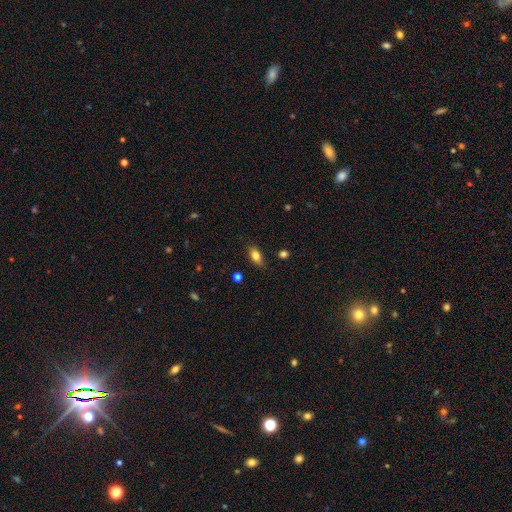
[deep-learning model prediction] This appears to be a smooth galaxy with no disk features (80%) that is in between round and cigar-shaped (85%). Merging: none (84%).